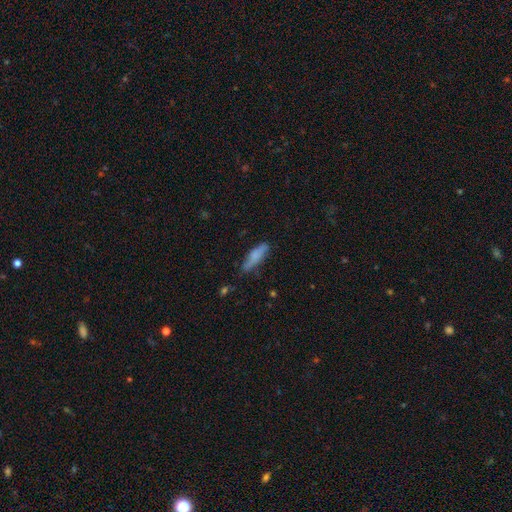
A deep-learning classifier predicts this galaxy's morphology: smooth-or-featured: smooth: 74% | featured or disk: 19% | star or artifact: 7%
  how-rounded: cigar-shaped: 67% | in between: 31% | round: 2%
  merging: none: 69% | minor disturbance: 23% | major disturbance: 5% | merger: 2%